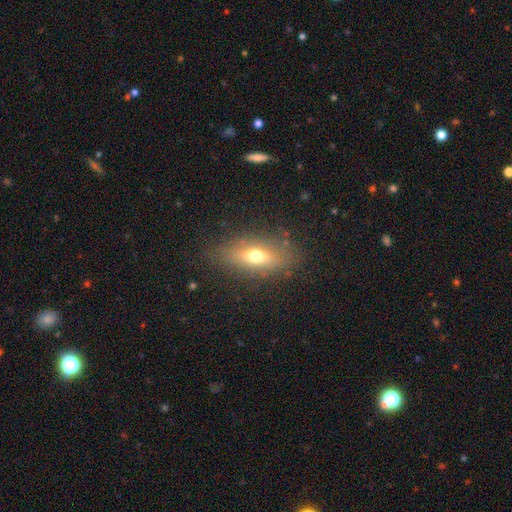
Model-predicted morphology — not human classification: A smooth galaxy with no disk features (59%) that is in between round and cigar-shaped (66%).

Vote fractions:
- Smooth or featured? smooth: 59% / featured or disk: 31% / star or artifact: 10%
- How rounded? in between: 66% / cigar-shaped: 26% / round: 8%
- Merging? none: 82% / minor disturbance: 11% / major disturbance: 5% / merger: 1%